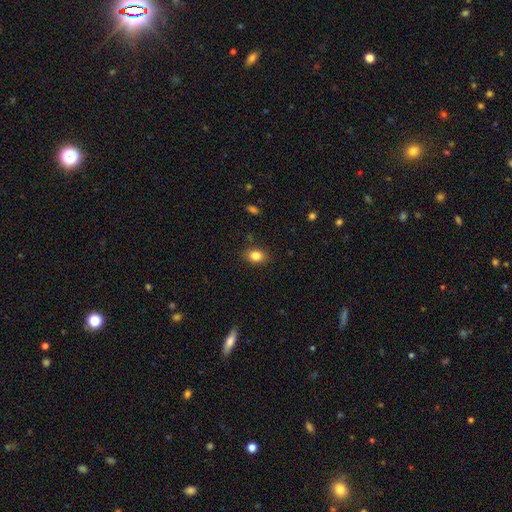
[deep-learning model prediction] smooth 83%, star or artifact 9%, featured or disk 7%. Down the decision tree: how rounded — in between (78%); merging — none (87%).